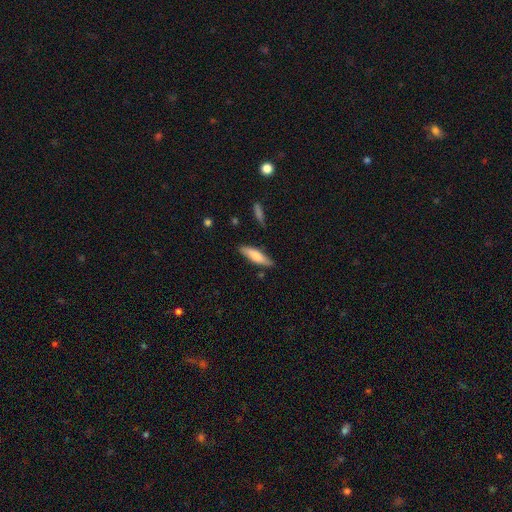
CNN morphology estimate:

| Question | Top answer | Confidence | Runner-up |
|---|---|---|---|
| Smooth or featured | smooth | 70% | featured or disk (24%) |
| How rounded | cigar-shaped | 64% | in between (34%) |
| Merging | none | 82% | minor disturbance (13%) |